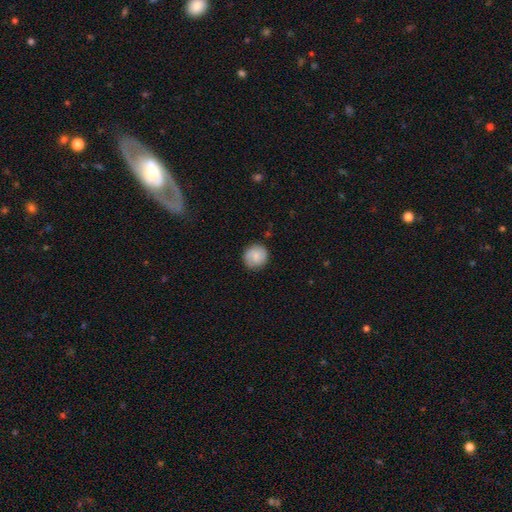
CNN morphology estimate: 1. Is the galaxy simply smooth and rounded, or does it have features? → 77% smooth, 17% featured or disk, 7% star or artifact.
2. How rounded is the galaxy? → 91% round, 8% in between, 1% cigar-shaped.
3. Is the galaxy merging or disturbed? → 87% none, 10% minor disturbance, 2% major disturbance, 1% merger.